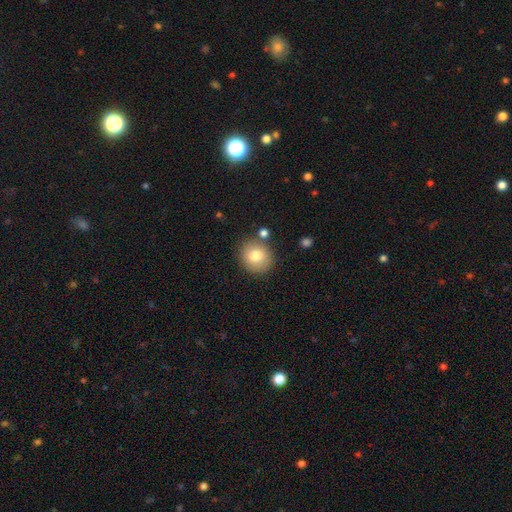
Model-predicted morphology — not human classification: This is likely a smooth galaxy (79%). How rounded: likely round (79%). Merging: likely none (80%).